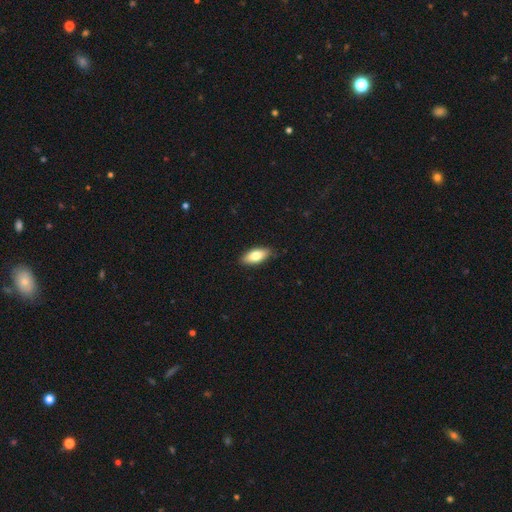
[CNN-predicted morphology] Smooth or featured? smooth (76%)
How rounded? in between (85%)
Merging? none (87%)